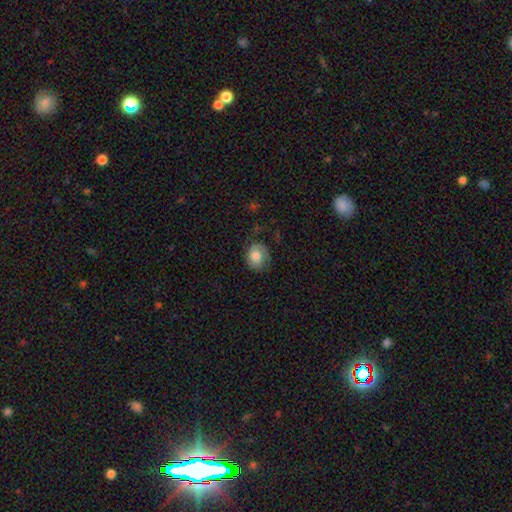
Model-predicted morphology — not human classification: This is likely a smooth galaxy (67%). How rounded: likely round (62%). Merging: likely none (60%).